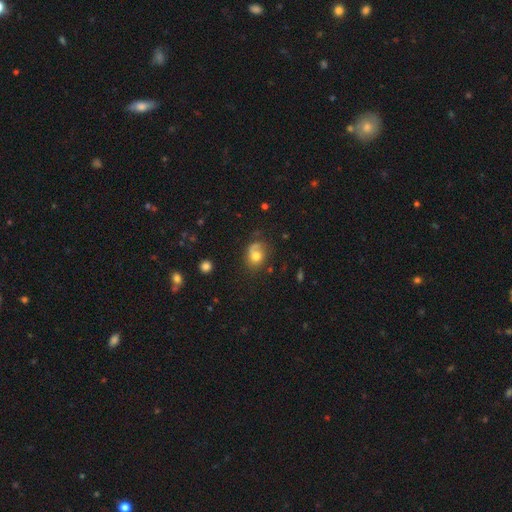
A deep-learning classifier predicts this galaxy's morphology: Smooth or featured?
  - smooth: 67% *
  - featured or disk: 22%
  - star or artifact: 11%
How rounded?
  - round: 56% *
  - in between: 43%
  - cigar-shaped: 1%
Merging?
  - none: 53% *
  - minor disturbance: 25%
  - major disturbance: 15%
  - merger: 7%